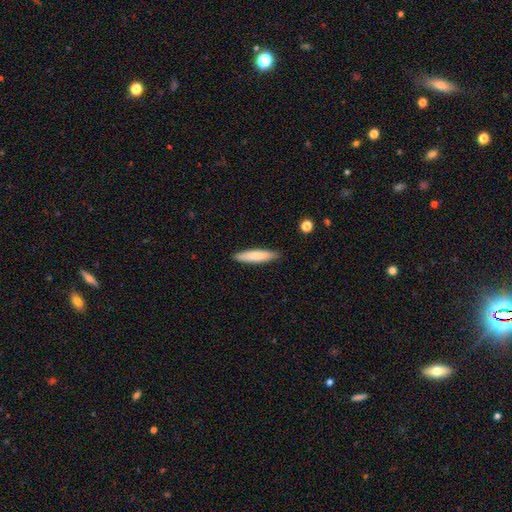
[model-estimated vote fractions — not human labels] smooth-or-featured: smooth: 78% | featured or disk: 16% | star or artifact: 6%
  how-rounded: cigar-shaped: 80% | in between: 19% | round: 1%
  merging: none: 87% | minor disturbance: 10% | major disturbance: 2% | merger: 1%